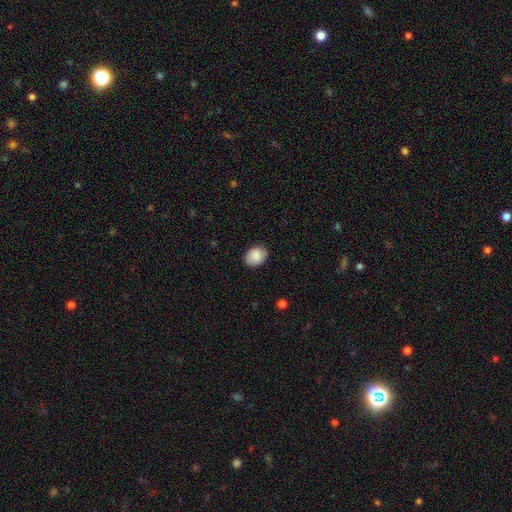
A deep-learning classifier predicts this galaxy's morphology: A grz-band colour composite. It shows a smooth galaxy with no disk features (88%) that is in between round and cigar-shaped (60%). Merging: none (86%).